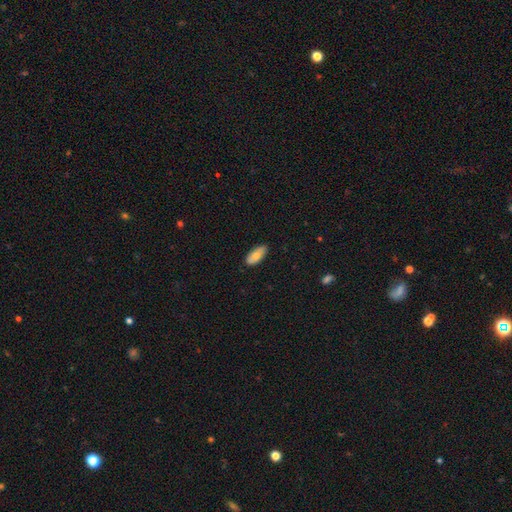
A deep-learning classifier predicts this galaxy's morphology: smooth-or-featured: smooth: 74% | featured or disk: 20% | star or artifact: 6%
  how-rounded: in between: 84% | cigar-shaped: 13% | round: 2%
  merging: none: 85% | minor disturbance: 12% | major disturbance: 2% | merger: 1%